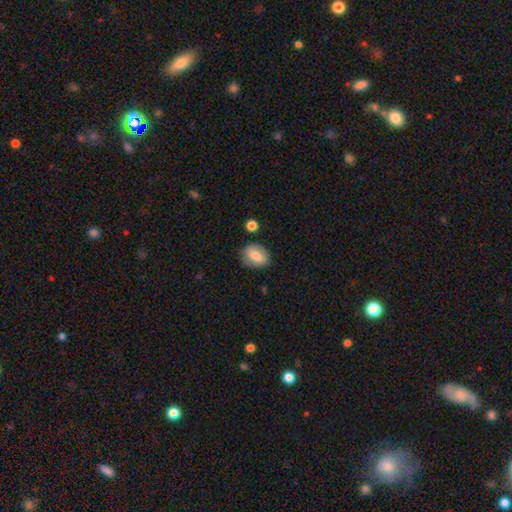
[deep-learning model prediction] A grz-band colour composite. It shows a smooth galaxy with no disk features (74%) that is in between round and cigar-shaped (68%). Merging: none (78%).